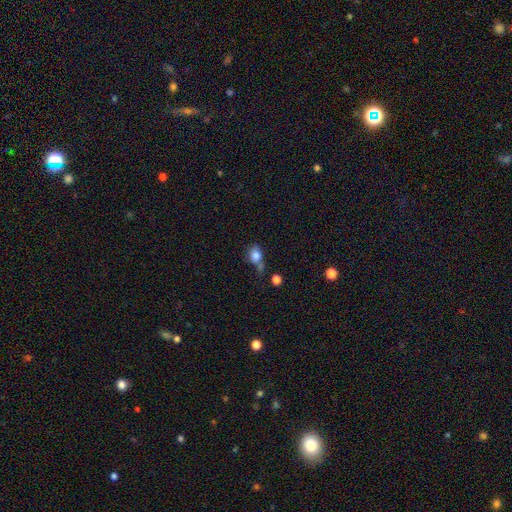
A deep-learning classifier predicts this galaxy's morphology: Smooth or featured? Predicted: smooth (p=0.79). How rounded? Predicted: in between (p=0.57). Merging? Predicted: none (p=0.35).